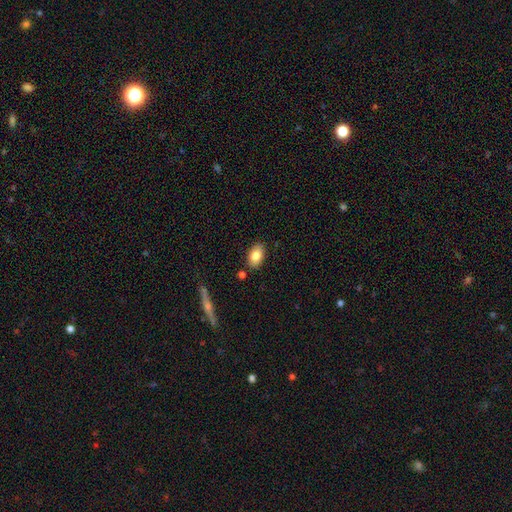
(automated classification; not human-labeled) smooth 81%, featured or disk 12%, star or artifact 7%. Down the decision tree: how rounded — in between (91%); merging — none (84%).